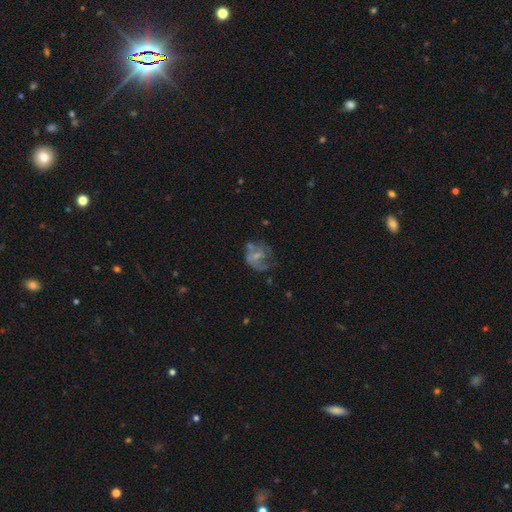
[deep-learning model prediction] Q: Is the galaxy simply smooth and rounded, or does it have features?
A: featured or disk — 60%.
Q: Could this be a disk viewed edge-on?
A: no — 98%.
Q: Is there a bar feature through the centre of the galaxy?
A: no — 57%.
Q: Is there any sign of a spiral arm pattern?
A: yes — 61%.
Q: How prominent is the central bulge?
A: small — 45%.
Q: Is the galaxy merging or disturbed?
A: none — 39%.